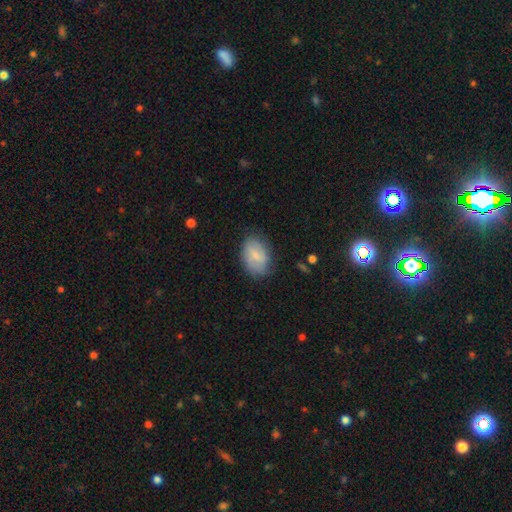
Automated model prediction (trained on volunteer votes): Morphology: type=smooth (62%); roundness=in between (85%); merging=none (71%).